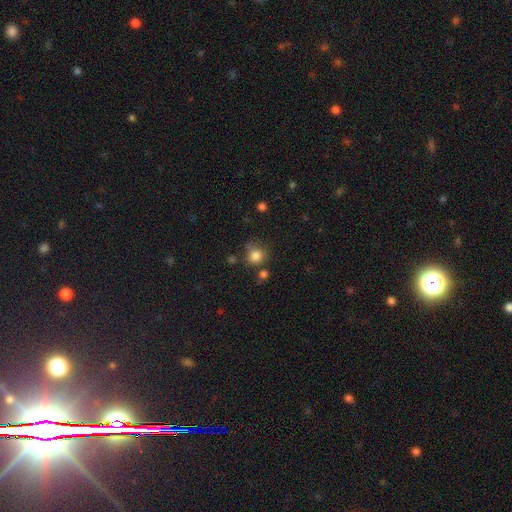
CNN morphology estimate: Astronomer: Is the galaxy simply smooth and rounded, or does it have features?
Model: smooth — 82%.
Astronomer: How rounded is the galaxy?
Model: round — 85%.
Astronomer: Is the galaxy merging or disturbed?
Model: none — 66%.